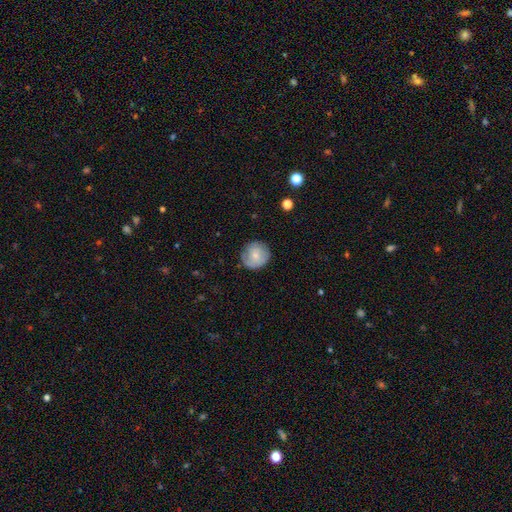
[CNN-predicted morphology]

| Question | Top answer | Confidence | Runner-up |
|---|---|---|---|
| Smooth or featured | smooth | 71% | featured or disk (22%) |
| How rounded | round | 91% | in between (8%) |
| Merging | none | 76% | minor disturbance (18%) |